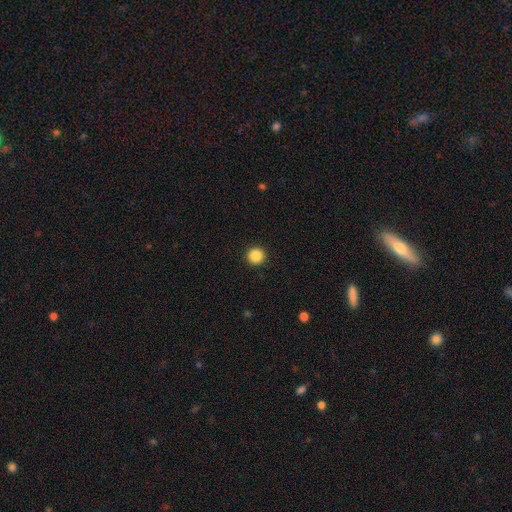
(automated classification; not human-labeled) Smooth or featured? Predicted: smooth (p=0.88). How rounded? Predicted: round (p=0.95). Merging? Predicted: none (p=0.93).